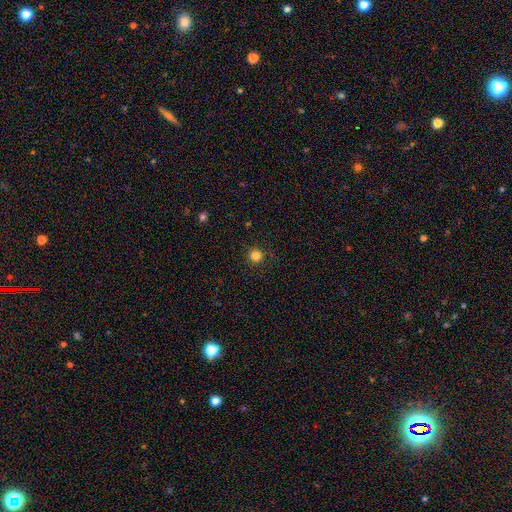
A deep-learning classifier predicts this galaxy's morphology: smooth 84%, star or artifact 13%, featured or disk 4%. Down the decision tree: how rounded — round (96%); merging — none (91%).